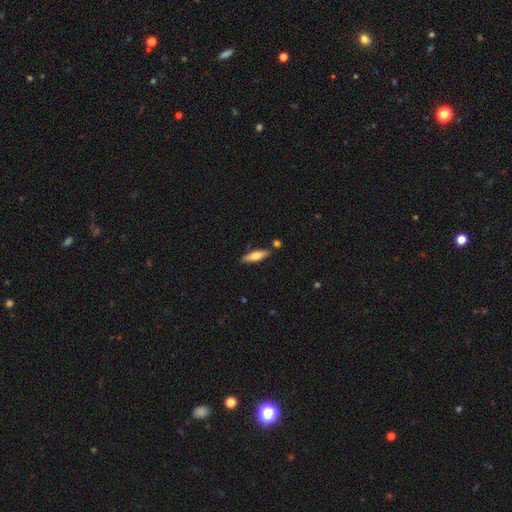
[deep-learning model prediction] smooth-or-featured: smooth: 64% | featured or disk: 30% | star or artifact: 6%
  how-rounded: cigar-shaped: 58% | in between: 40% | round: 2%
  merging: none: 81% | minor disturbance: 11% | merger: 5% | major disturbance: 2%